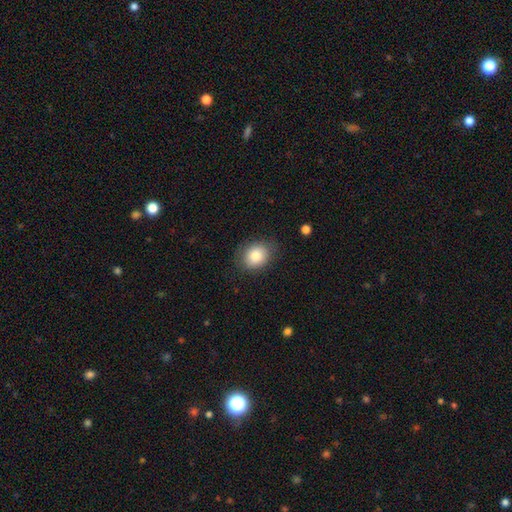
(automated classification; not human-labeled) Smooth or featured: smooth — 82% (featured or disk — 9%)
How rounded: round — 55% (in between — 44%)
Merging: none — 81% (minor disturbance — 14%)